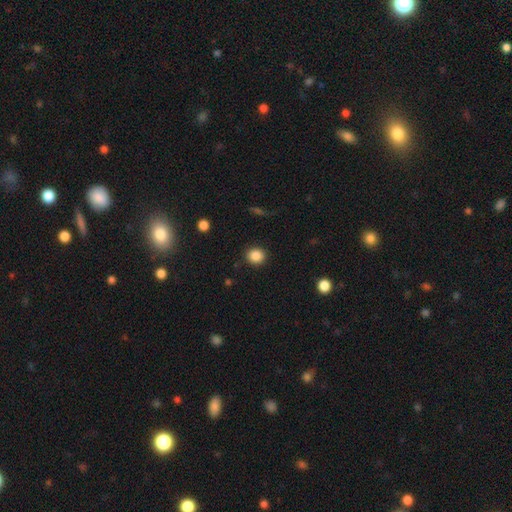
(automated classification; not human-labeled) A smooth galaxy with no disk features (87%) that is round (83%). Merging: none (90%).